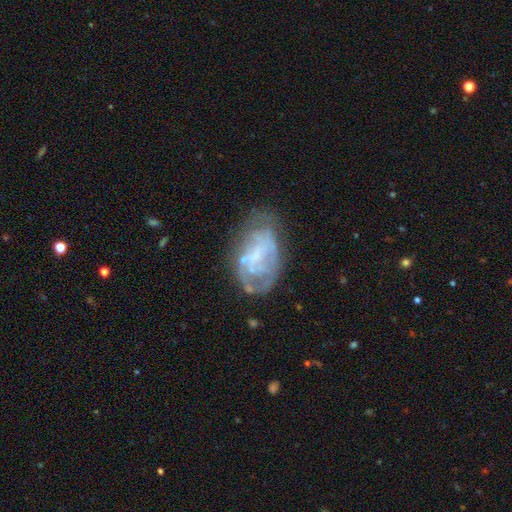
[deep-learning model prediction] A featured or disk galaxy (66%) with no bar (53%), spiral arms (52%) and no central bulge (45%).

Vote fractions:
- Smooth or featured? featured or disk: 66% / smooth: 25% / star or artifact: 10%
- Edge-on disk? no: 97% / yes: 3%
- Bar? no: 53% / weak: 36% / strong: 11%
- Spiral arms? yes: 52% / no: 48%
- Bulge size? none: 45% / small: 36% / moderate: 16% / large: 2% / dominant: 1%
- Merging? none: 49% / minor disturbance: 27% / major disturbance: 20% / merger: 5%